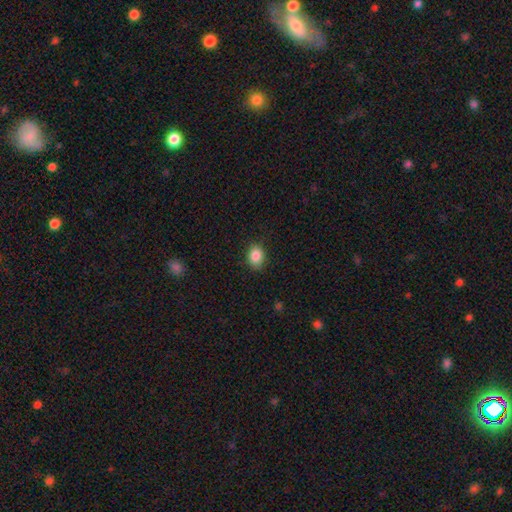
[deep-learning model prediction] smooth-or-featured: smooth: 87% | star or artifact: 9% | featured or disk: 4%
  how-rounded: in between: 62% | round: 37% | cigar-shaped: 1%
  merging: none: 86% | minor disturbance: 11% | major disturbance: 2% | merger: 1%